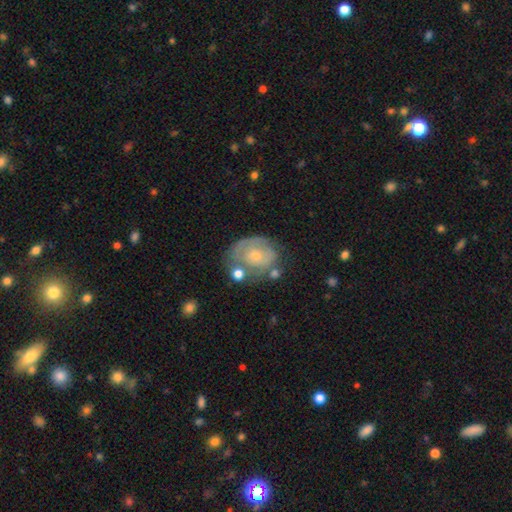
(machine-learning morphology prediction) Smooth or featured?
  - featured or disk: 59% *
  - smooth: 33%
  - star or artifact: 8%
Edge-on disk?
  - no: 96% *
  - yes: 4%
Bar?
  - no: 80% *
  - weak: 17%
  - strong: 3%
Spiral arms?
  - yes: 58% *
  - no: 42%
Bulge size?
  - small: 59% *
  - moderate: 36%
  - none: 2%
  - large: 2%
  - dominant: 1%
Merging?
  - none: 53% *
  - minor disturbance: 25%
  - major disturbance: 13%
  - merger: 9%